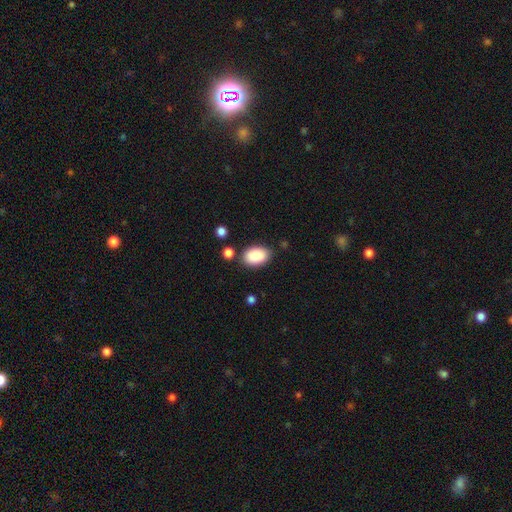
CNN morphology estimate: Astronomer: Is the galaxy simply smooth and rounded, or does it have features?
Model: smooth — 89%.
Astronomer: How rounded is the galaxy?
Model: in between — 91%.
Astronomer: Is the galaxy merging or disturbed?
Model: none — 80%.